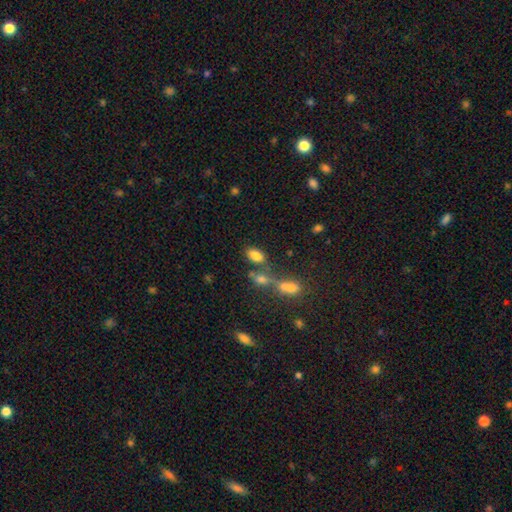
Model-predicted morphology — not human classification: Smooth or featured?
  - smooth: 81% *
  - star or artifact: 11%
  - featured or disk: 8%
How rounded?
  - in between: 90% *
  - round: 8%
  - cigar-shaped: 3%
Merging?
  - none: 61% *
  - merger: 22%
  - minor disturbance: 12%
  - major disturbance: 5%